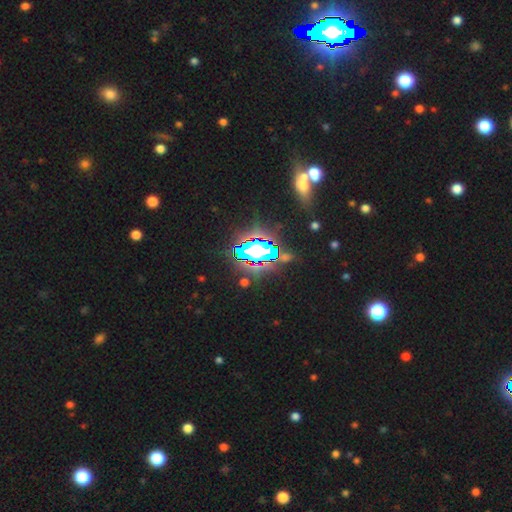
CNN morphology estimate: Smooth or featured? star or artifact (83%)